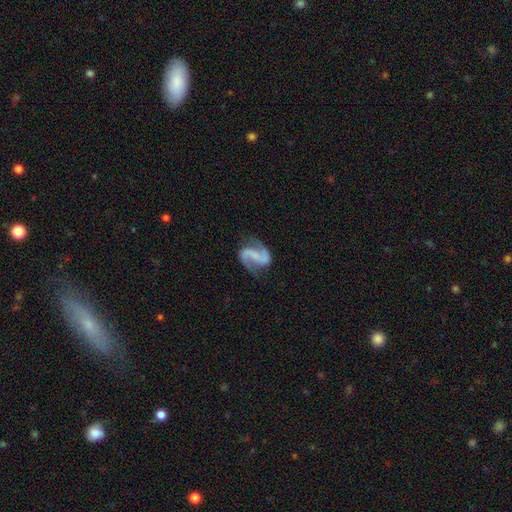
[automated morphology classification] A featured or disk galaxy (88%) with a weak bar (36%), 2 (93%) medium (46%) spiral arms (97%) and no central bulge (60%).

Vote fractions:
- Smooth or featured? featured or disk: 88% / smooth: 6% / star or artifact: 5%
- Edge-on disk? no: 98% / yes: 2%
- Bar? weak: 36% / strong: 35% / no: 29%
- Spiral arms? yes: 97% / no: 3%
- Spiral winding? medium: 46% / loose: 41% / tight: 12%
- Spiral arm count? 2: 93% / 1: 2% / can't tell: 2% / 3: 1% / 4: 1% / more than 4: 1%
- Bulge size? none: 60% / small: 25% / moderate: 10% / large: 3% / dominant: 1%
- Merging? none: 77% / minor disturbance: 14% / major disturbance: 7% / merger: 2%